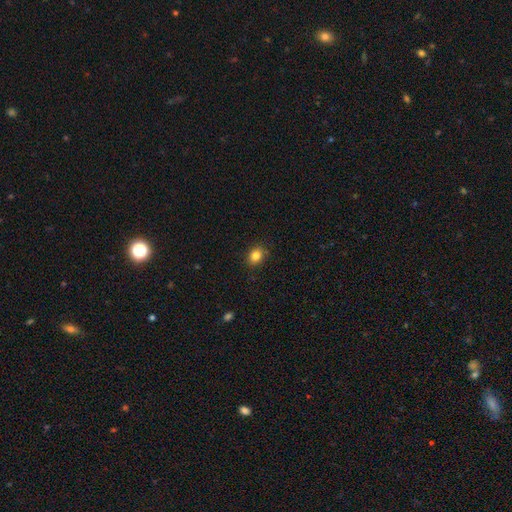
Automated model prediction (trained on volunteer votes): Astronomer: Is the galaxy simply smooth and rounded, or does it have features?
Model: smooth — 84%.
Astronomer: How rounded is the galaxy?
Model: in between — 51% (runner-up: round, 48%).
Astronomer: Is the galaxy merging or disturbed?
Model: none — 88%.